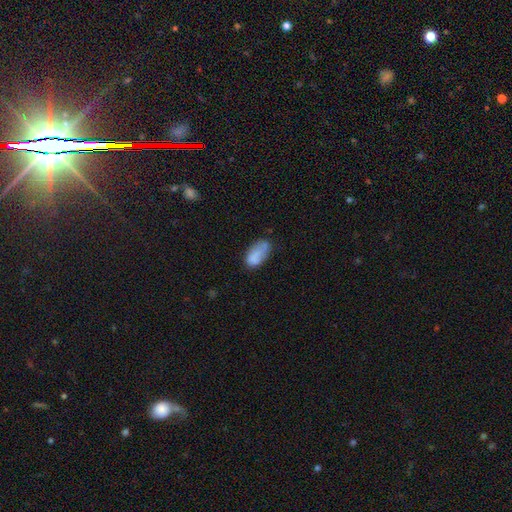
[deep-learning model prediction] Morphology: type=smooth (78%); roundness=in between (93%); merging=none (48%).